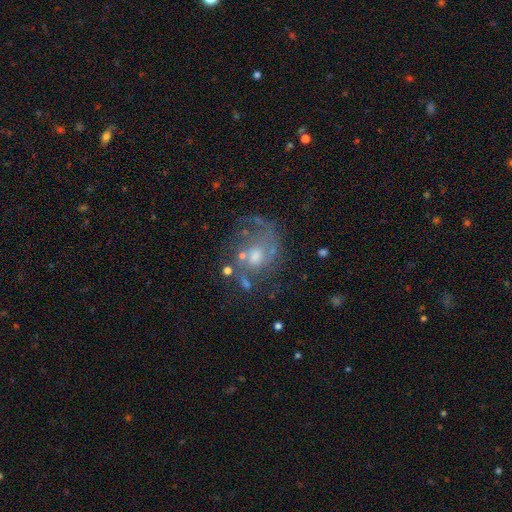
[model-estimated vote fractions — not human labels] Morphology: type=featured or disk (75%); edge-on=no (98%); bar=no (66%); spiral arms=yes (84%); winding=medium (47%); arm count=2 (57%); bulge=moderate (53%); merging=none (54%).